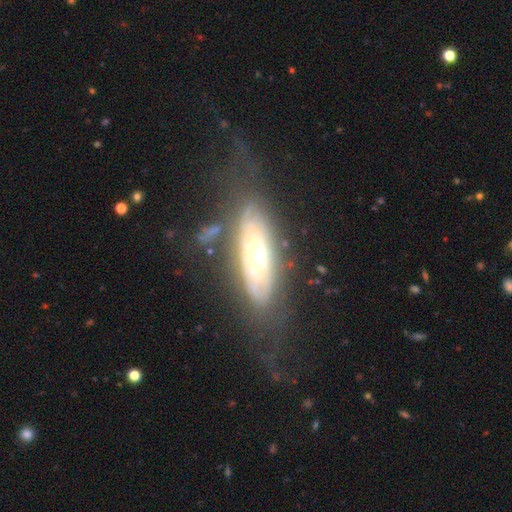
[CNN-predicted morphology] Q: Smooth or featured?
A: featured or disk (74%); runner-up: smooth (20%)
Q: Edge-on disk?
A: no (79%); runner-up: yes (21%)
Q: Bar?
A: no (79%); runner-up: weak (15%)
Q: Spiral arms?
A: yes (68%); runner-up: no (32%)
Q: Bulge size?
A: moderate (65%); runner-up: small (23%)
Q: Merging?
A: none (58%); runner-up: minor disturbance (22%)